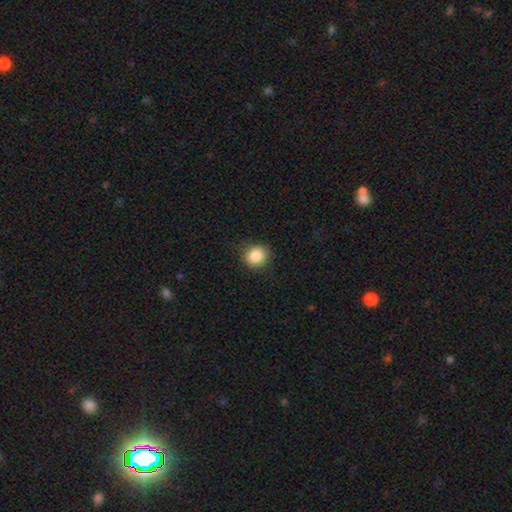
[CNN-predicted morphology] smooth_or_featured: smooth (p=0.87) [alt: star or artifact p=0.09]
how_rounded: round (p=0.84) [alt: in between p=0.15]
merging: none (p=0.84) [alt: minor disturbance p=0.11]